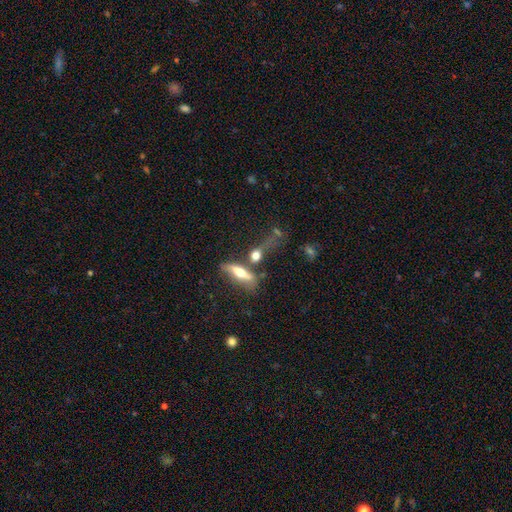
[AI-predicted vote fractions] This is possibly a smooth galaxy (54%). How rounded: marginally cigar-shaped (40%). Merging: marginally none (43%).